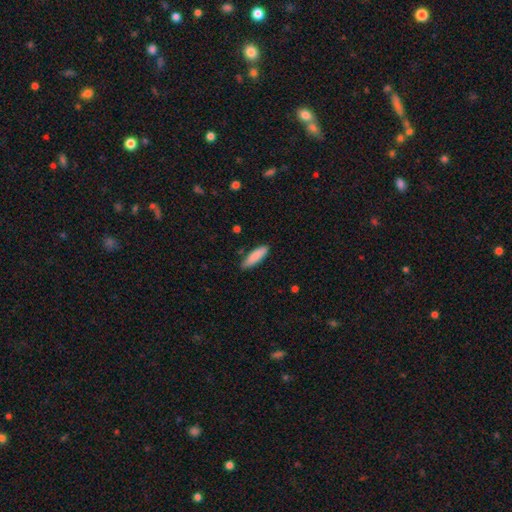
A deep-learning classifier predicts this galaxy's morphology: smooth_or_featured: smooth (p=0.87) [alt: featured or disk p=0.08]
how_rounded: cigar-shaped (p=0.59) [alt: in between p=0.40]
merging: none (p=0.85) [alt: minor disturbance p=0.12]